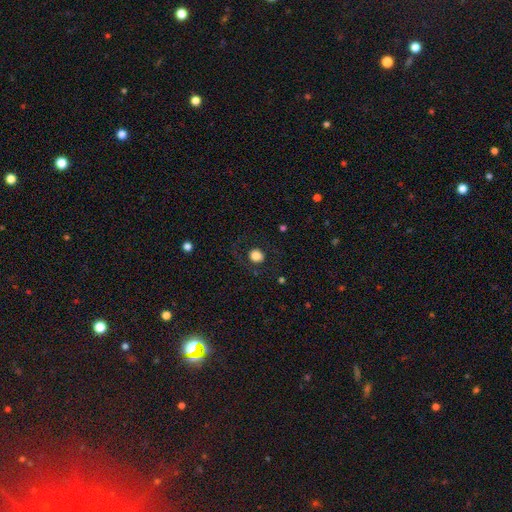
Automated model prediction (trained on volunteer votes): The model was most divided on "how rounded": round: 78%, in between: 21%, cigar-shaped: 1%. More confident: merging — none (82%); smooth or featured — smooth (79%).